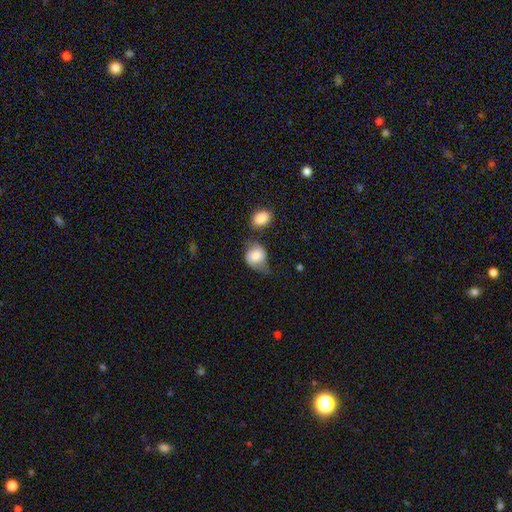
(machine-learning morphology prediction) This appears to be a smooth galaxy with no disk features (74%) that is round (59%). Merging: minor disturbance (38%).